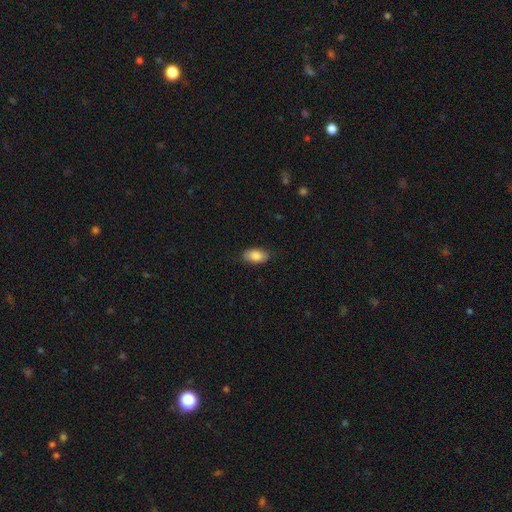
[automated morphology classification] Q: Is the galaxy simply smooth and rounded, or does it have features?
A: smooth — 86%.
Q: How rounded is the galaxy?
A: in between — 93%.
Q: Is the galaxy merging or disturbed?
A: none — 82%.